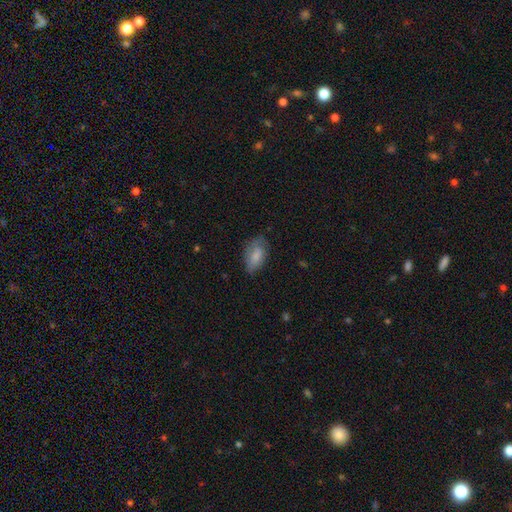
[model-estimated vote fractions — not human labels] Smooth or featured? smooth (78%)
How rounded? in between (92%)
Merging? none (60%)